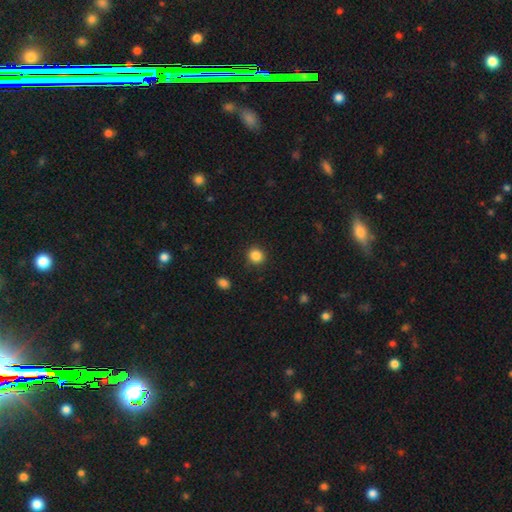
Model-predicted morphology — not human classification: Smooth or featured? smooth (86%)
How rounded? round (88%)
Merging? none (90%)